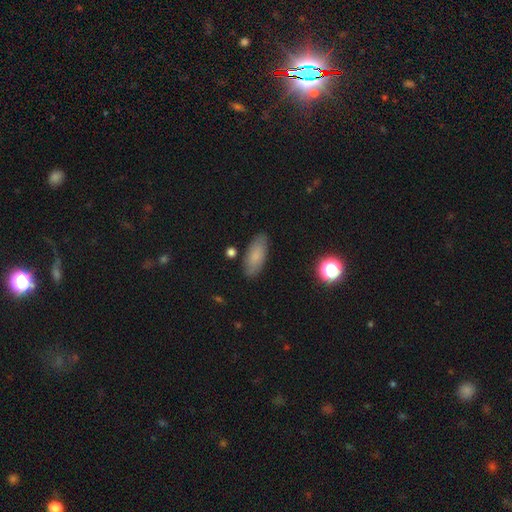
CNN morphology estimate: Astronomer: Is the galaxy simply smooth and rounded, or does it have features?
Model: smooth — 79%.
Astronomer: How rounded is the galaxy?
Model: in between — 80%.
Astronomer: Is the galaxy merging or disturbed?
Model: none — 84%.